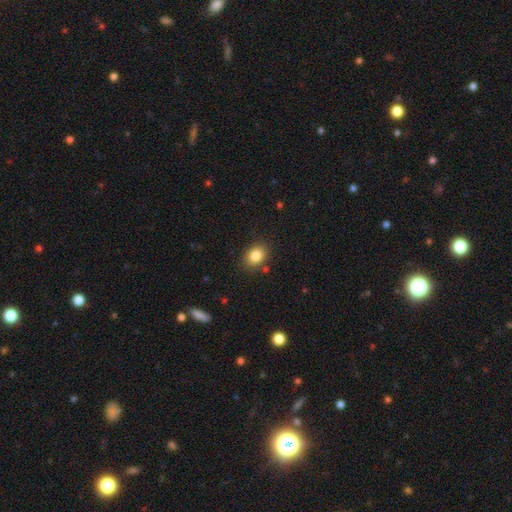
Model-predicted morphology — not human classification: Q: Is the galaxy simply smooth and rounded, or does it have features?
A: smooth — 84%.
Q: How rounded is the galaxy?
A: in between — 64%.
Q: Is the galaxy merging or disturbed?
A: none — 83%.